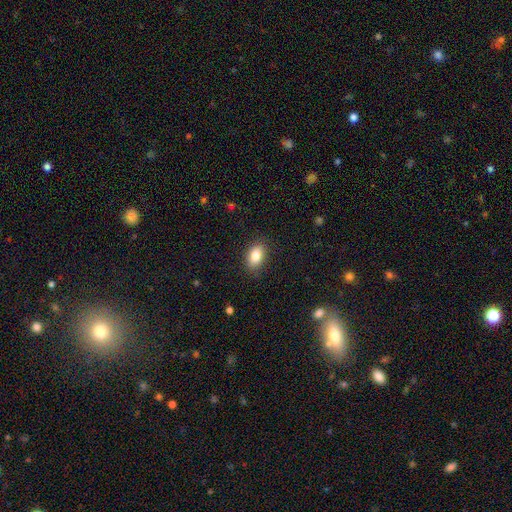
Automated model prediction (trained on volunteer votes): Smooth or featured? smooth (84%)
How rounded? in between (89%)
Merging? none (85%)